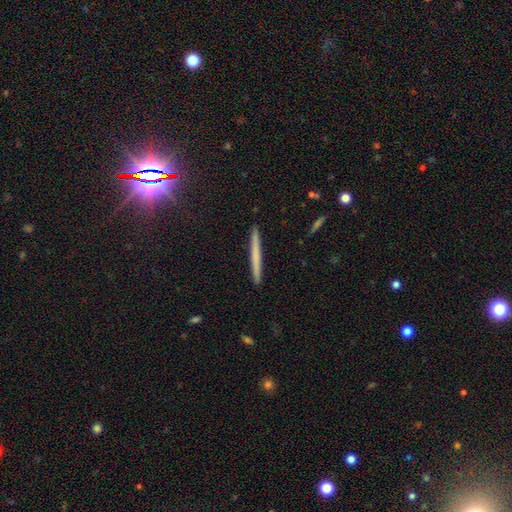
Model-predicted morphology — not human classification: This appears to be a smooth galaxy with no disk features (55%) that is cigar-shaped (97%). Merging: none (92%).